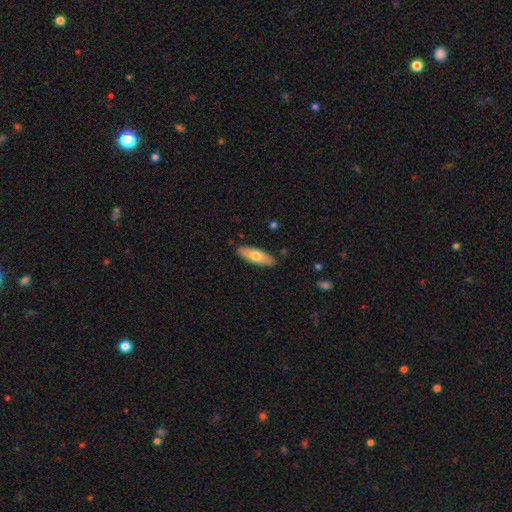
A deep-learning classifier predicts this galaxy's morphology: type=smooth (67%); roundness=in between (52%); merging=none (88%).